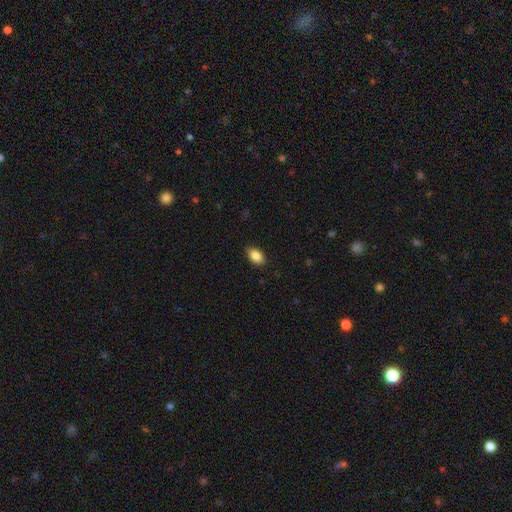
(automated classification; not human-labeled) This is clearly a smooth galaxy (86%). How rounded: clearly in between (88%). Merging: clearly none (86%).